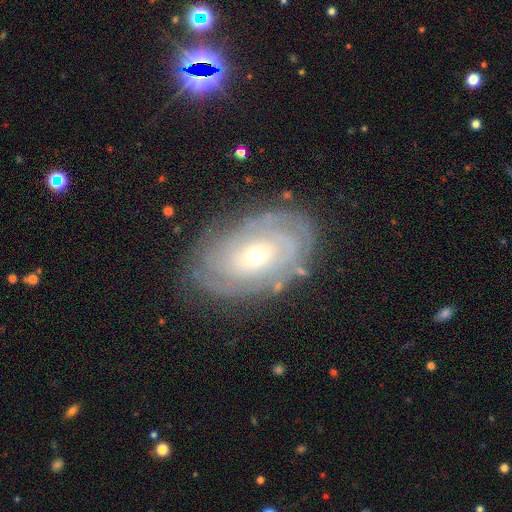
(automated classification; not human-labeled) The model was most divided on "bulge size": small: 48%, moderate: 47%, large: 3%, dominant: 1%, none: 1%. Remaining: edge-on disk — no (94%); spiral arms — yes (86%); smooth or featured — featured or disk (77%); spiral winding — tight (77%); merging — none (77%); bar — no (75%); spiral arm count — can't tell (47%).